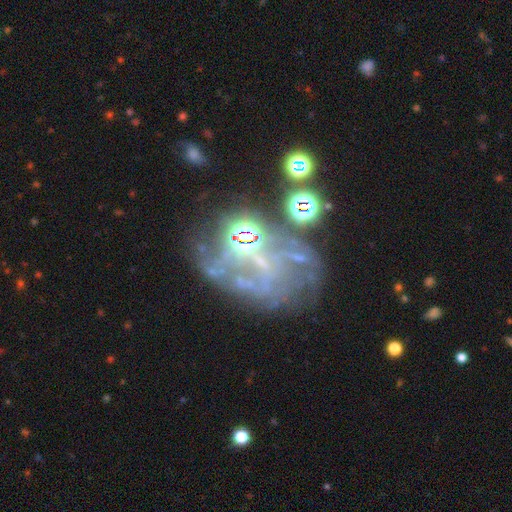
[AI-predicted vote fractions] smooth-or-featured: featured or disk: 59% | star or artifact: 29% | smooth: 12%
  disk-edge-on: no: 97% | yes: 3%
    bar: no: 68% | weak: 23% | strong: 9%
    has-spiral-arms: no: 53% | yes: 47%
    bulge-size: none: 49% | small: 33% | moderate: 14% | large: 3% | dominant: 2%
  merging: none: 40% | major disturbance: 32% | minor disturbance: 17% | merger: 11%